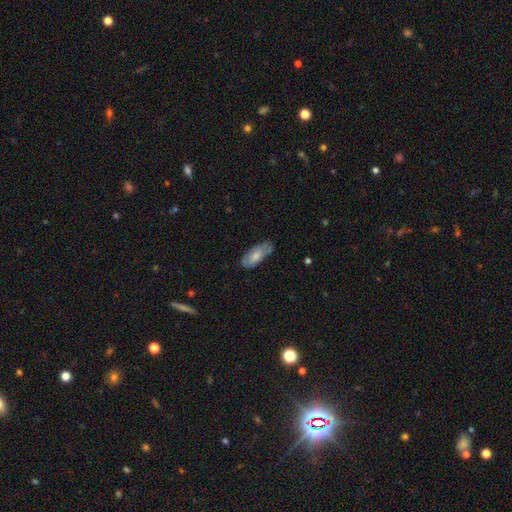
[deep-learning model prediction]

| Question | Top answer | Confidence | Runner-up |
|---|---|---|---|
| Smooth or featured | smooth | 72% | featured or disk (22%) |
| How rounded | in between | 82% | cigar-shaped (16%) |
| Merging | none | 67% | minor disturbance (25%) |